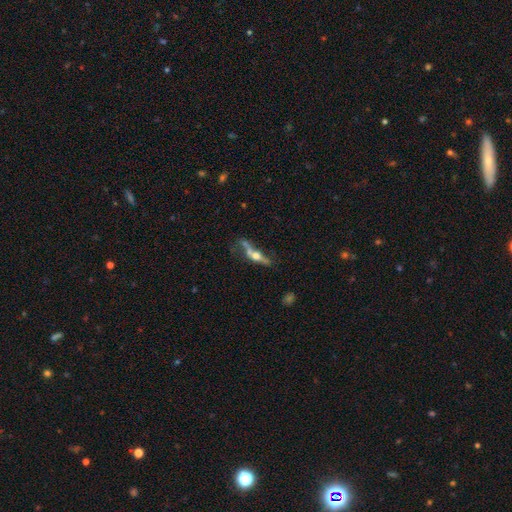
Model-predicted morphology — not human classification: smooth_or_featured: featured or disk (p=0.67) [alt: smooth p=0.25]
disk_edge_on: yes (p=0.83) [alt: no p=0.17]
edge_on_bulge: rounded (p=0.93) [alt: boxy p=0.04]
merging: none (p=0.46) [alt: minor disturbance p=0.20]